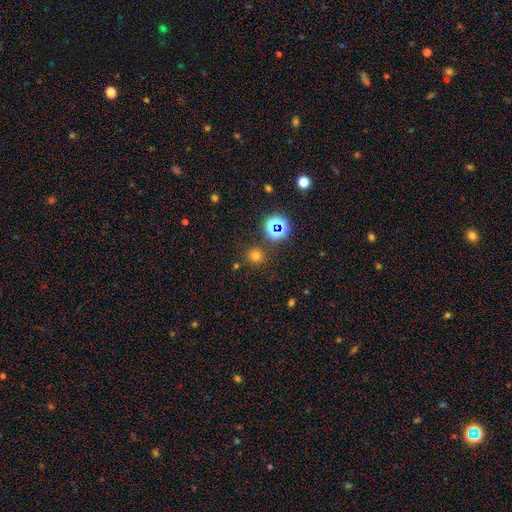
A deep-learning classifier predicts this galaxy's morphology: A smooth galaxy with no disk features (66%) that is round (90%). Merging: none (83%).